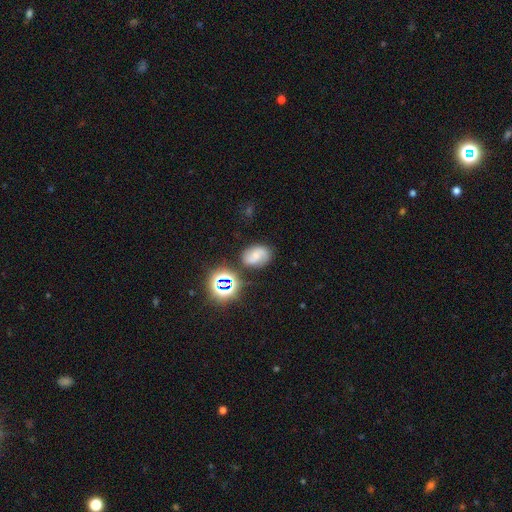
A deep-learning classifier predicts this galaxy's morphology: type=featured or disk (41%); merging=none (71%).